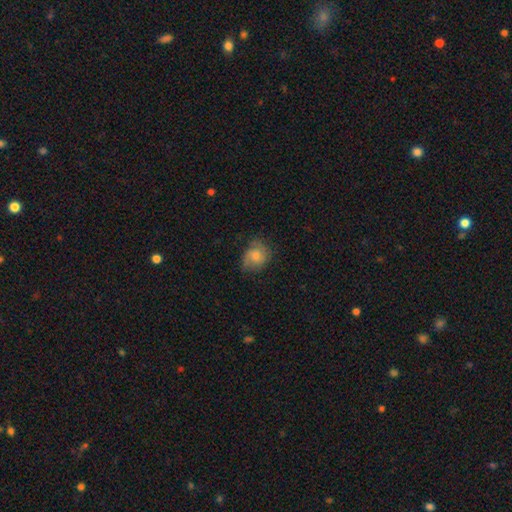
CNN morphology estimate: smooth-or-featured: smooth: 55% | featured or disk: 35% | star or artifact: 10%
  how-rounded: round: 57% | in between: 42% | cigar-shaped: 1%
  merging: none: 64% | minor disturbance: 26% | major disturbance: 9% | merger: 1%